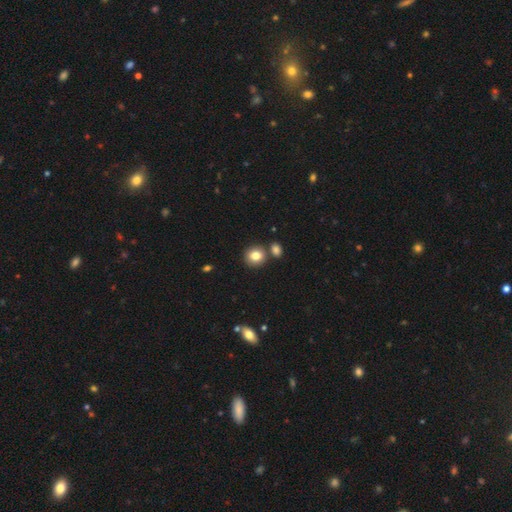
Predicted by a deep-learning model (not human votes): This appears to be a smooth galaxy with no disk features (82%) that is round (81%). Merging: none (73%).